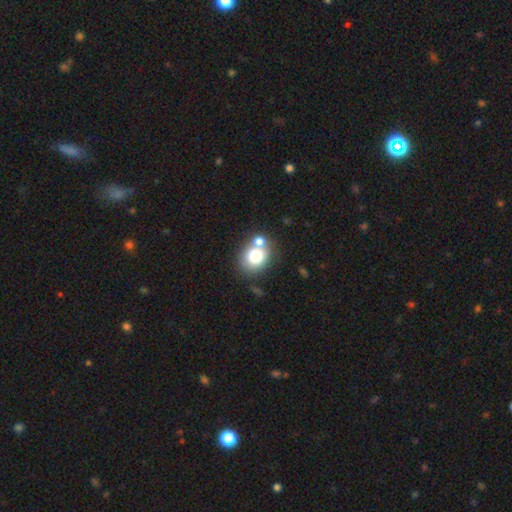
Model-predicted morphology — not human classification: This is likely a smooth galaxy (75%). How rounded: likely round (61%). Merging: possibly none (50%).